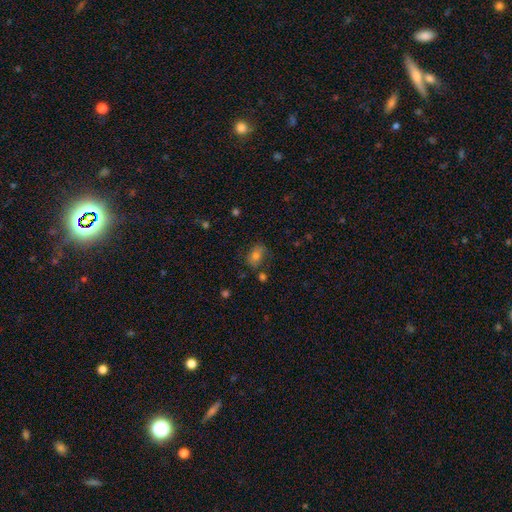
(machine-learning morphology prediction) A smooth galaxy with no disk features (71%) that is in between round and cigar-shaped (80%).

Vote fractions:
- Smooth or featured? smooth: 71% / featured or disk: 16% / star or artifact: 13%
- How rounded? in between: 80% / round: 18% / cigar-shaped: 2%
- Merging? none: 66% / minor disturbance: 21% / major disturbance: 8% / merger: 5%